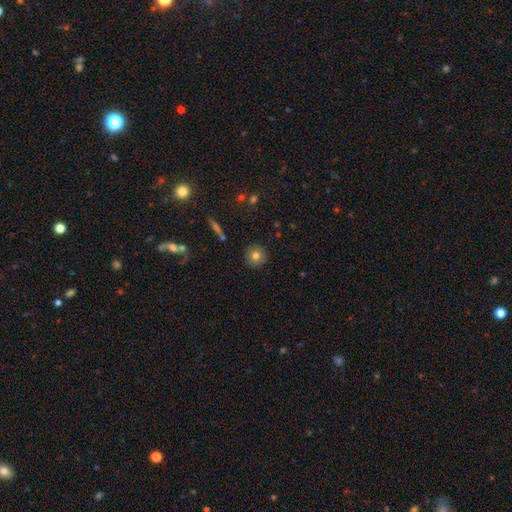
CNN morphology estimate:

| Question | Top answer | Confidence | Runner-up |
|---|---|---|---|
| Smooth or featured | smooth | 79% | featured or disk (11%) |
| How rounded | round | 94% | in between (4%) |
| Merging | none | 91% | minor disturbance (6%) |